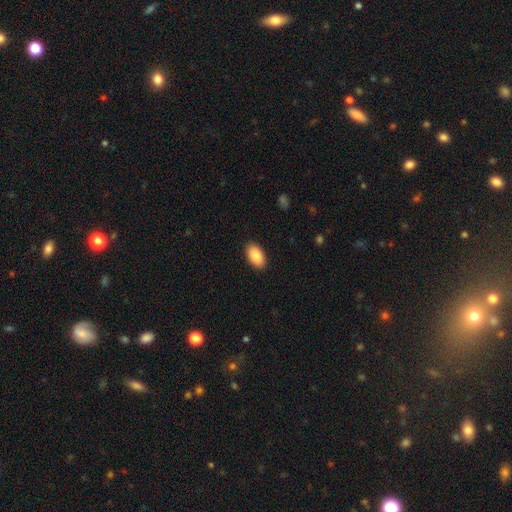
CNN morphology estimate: A smooth galaxy with no disk features (87%) that is in between round and cigar-shaped (94%). Merging: none (90%).